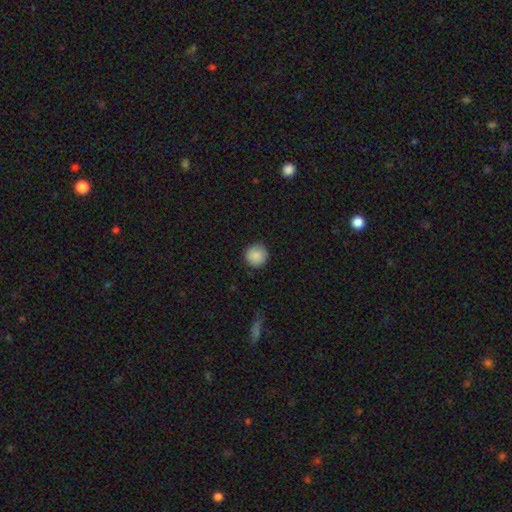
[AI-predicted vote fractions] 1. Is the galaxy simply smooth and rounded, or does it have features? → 88% smooth, 8% star or artifact, 4% featured or disk.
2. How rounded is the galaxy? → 94% round, 5% in between, 1% cigar-shaped.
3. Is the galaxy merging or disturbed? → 89% none, 8% minor disturbance, 2% major disturbance, 1% merger.